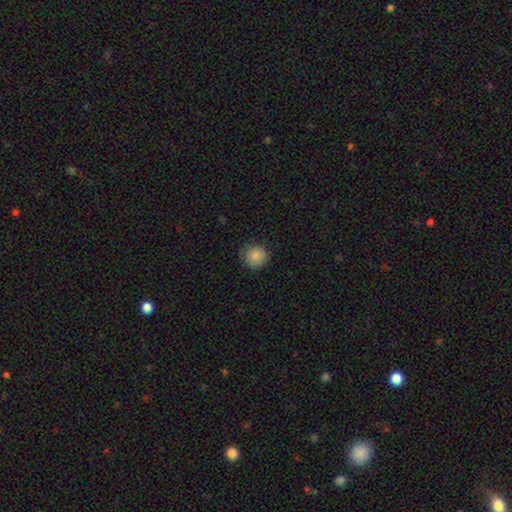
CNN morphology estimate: A smooth galaxy with no disk features (86%) that is round (91%). Merging: none (81%).